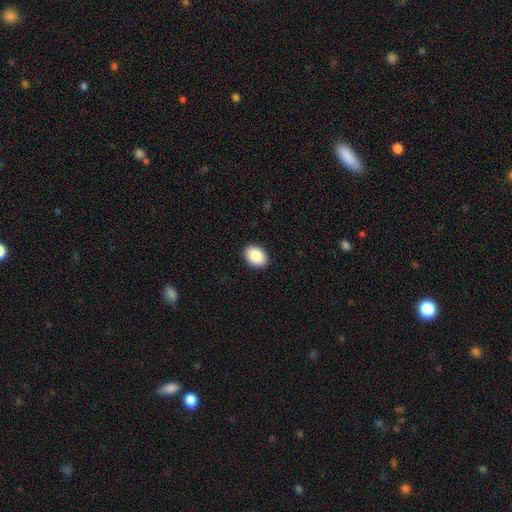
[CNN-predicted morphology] smooth_or_featured: smooth (p=0.90) [alt: star or artifact p=0.07]
how_rounded: in between (p=0.79) [alt: round p=0.20]
merging: none (p=0.90) [alt: minor disturbance p=0.07]